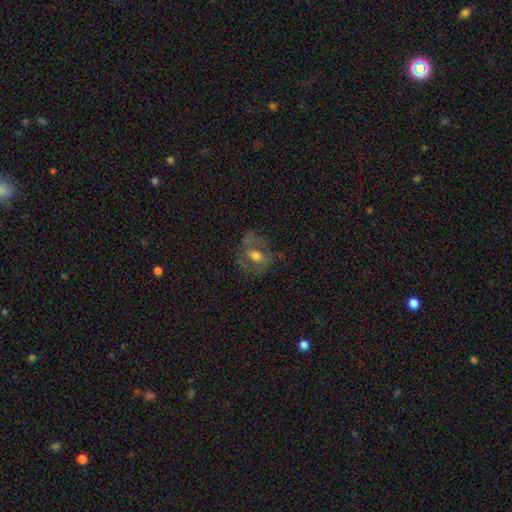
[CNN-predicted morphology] Smooth or featured? Predicted: featured or disk (p=0.50). Edge-on disk? Predicted: no (p=0.94). Merging? Predicted: none (p=0.60).